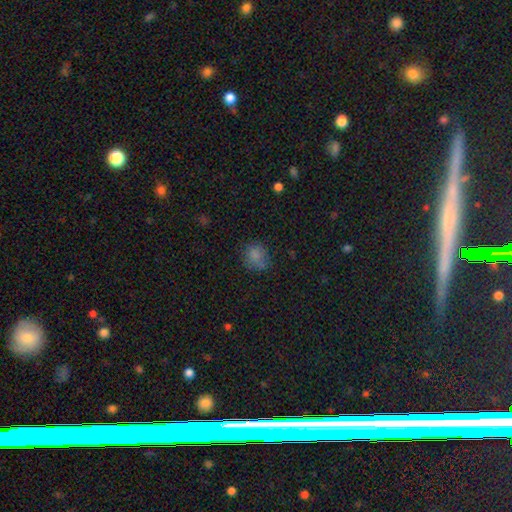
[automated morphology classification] Smooth or featured?
  - smooth: 77% *
  - star or artifact: 14%
  - featured or disk: 8%
How rounded?
  - round: 70% *
  - in between: 29%
  - cigar-shaped: 1%
Merging?
  - none: 67% *
  - minor disturbance: 22%
  - major disturbance: 8%
  - merger: 3%